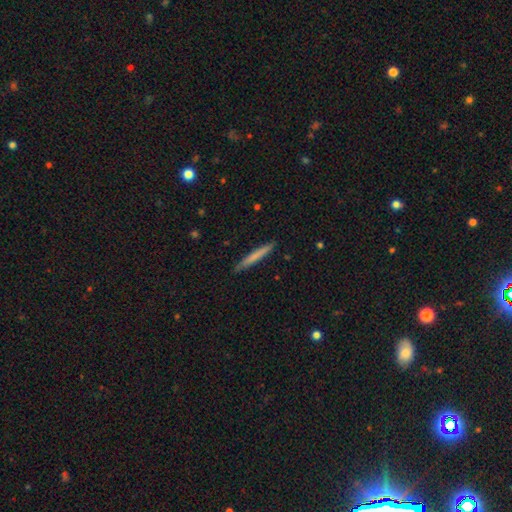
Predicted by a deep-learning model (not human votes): smooth-or-featured: smooth: 67% | featured or disk: 27% | star or artifact: 6%
  how-rounded: cigar-shaped: 96% | in between: 2% | round: 1%
  merging: none: 90% | minor disturbance: 7% | major disturbance: 1% | merger: 1%